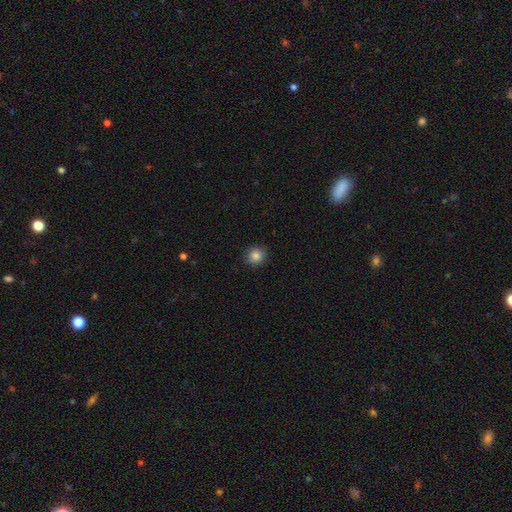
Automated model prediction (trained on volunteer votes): smooth_or_featured: smooth (p=0.85) [alt: star or artifact p=0.11]
how_rounded: round (p=0.91) [alt: in between p=0.08]
merging: none (p=0.90) [alt: minor disturbance p=0.07]